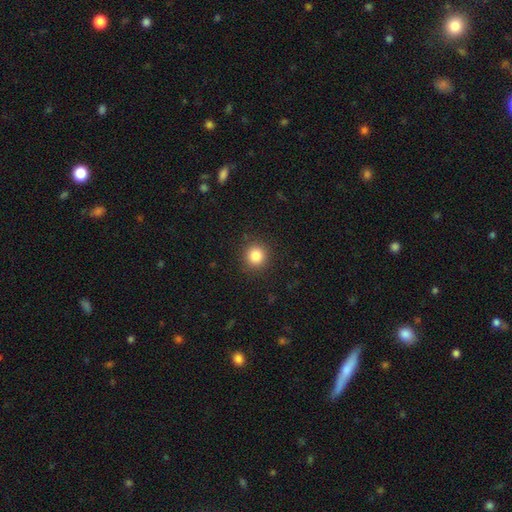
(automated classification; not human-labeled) smooth_or_featured: smooth (p=0.85) [alt: star or artifact p=0.11]
how_rounded: round (p=0.91) [alt: in between p=0.08]
merging: none (p=0.90) [alt: minor disturbance p=0.07]